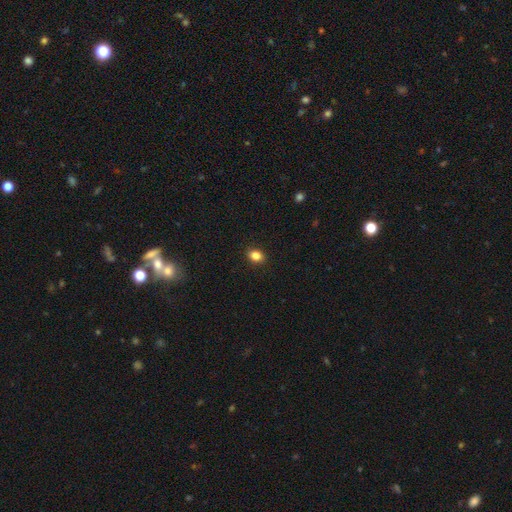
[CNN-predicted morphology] Smooth or featured? Predicted: smooth (p=0.85). How rounded? Predicted: in between (p=0.62). Merging? Predicted: none (p=0.89).